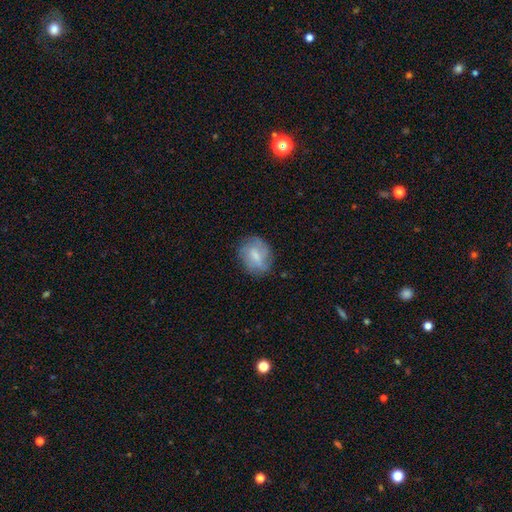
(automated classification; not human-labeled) Smooth or featured? smooth (58%)
How rounded? in between (59%)
Merging? none (71%)